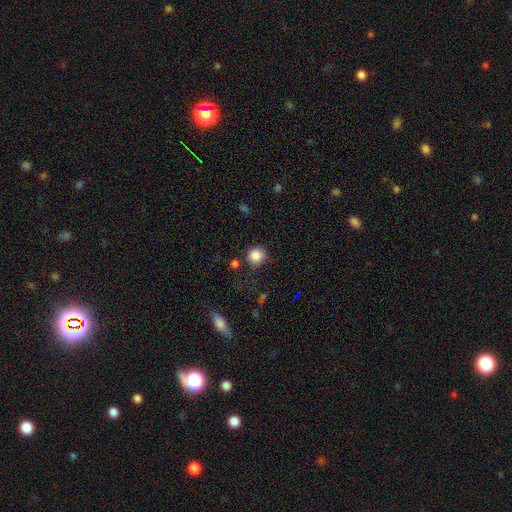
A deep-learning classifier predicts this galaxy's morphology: smooth_or_featured: smooth (p=0.86) [alt: star or artifact p=0.10]
how_rounded: round (p=0.92) [alt: in between p=0.07]
merging: none (p=0.76) [alt: minor disturbance p=0.14]